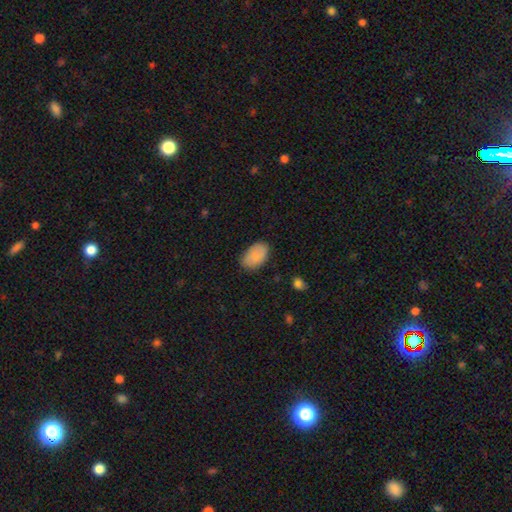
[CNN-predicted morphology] Smooth or featured: smooth — 82% (featured or disk — 11%)
How rounded: in between — 92% (round — 7%)
Merging: none — 80% (minor disturbance — 16%)